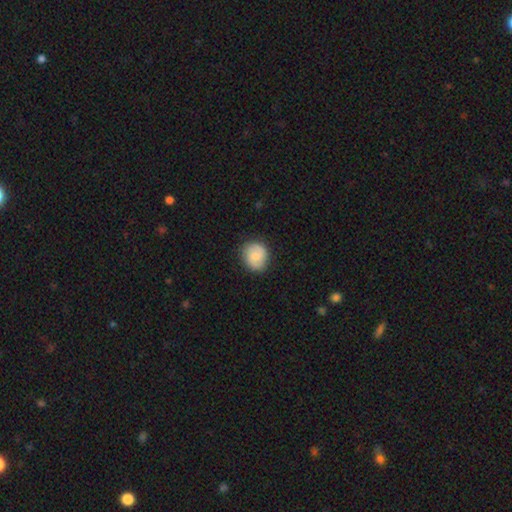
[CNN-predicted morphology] Smooth or featured: smooth — 68% (featured or disk — 25%)
How rounded: round — 81% (in between — 18%)
Merging: none — 82% (minor disturbance — 14%)